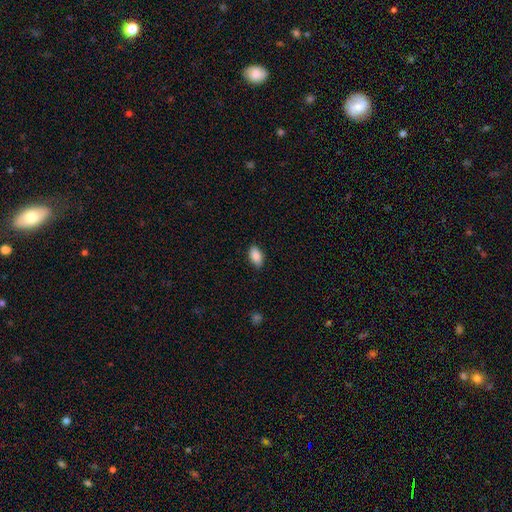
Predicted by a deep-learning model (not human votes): Q: Smooth or featured?
A: smooth (88%); runner-up: star or artifact (7%)
Q: How rounded?
A: in between (92%); runner-up: round (5%)
Q: Merging?
A: none (85%); runner-up: minor disturbance (12%)